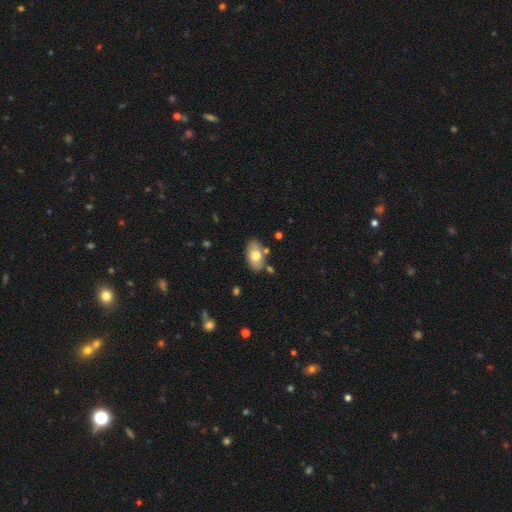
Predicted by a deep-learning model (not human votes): smooth_or_featured: smooth (p=0.71) [alt: featured or disk p=0.22]
how_rounded: in between (p=0.92) [alt: round p=0.06]
merging: none (p=0.76) [alt: minor disturbance p=0.14]